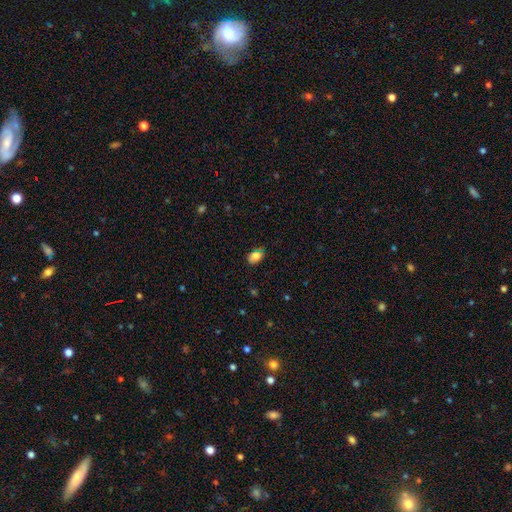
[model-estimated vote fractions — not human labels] smooth-or-featured: smooth: 80% | star or artifact: 12% | featured or disk: 7%
  how-rounded: in between: 82% | round: 16% | cigar-shaped: 2%
  merging: none: 79% | minor disturbance: 16% | major disturbance: 3% | merger: 2%